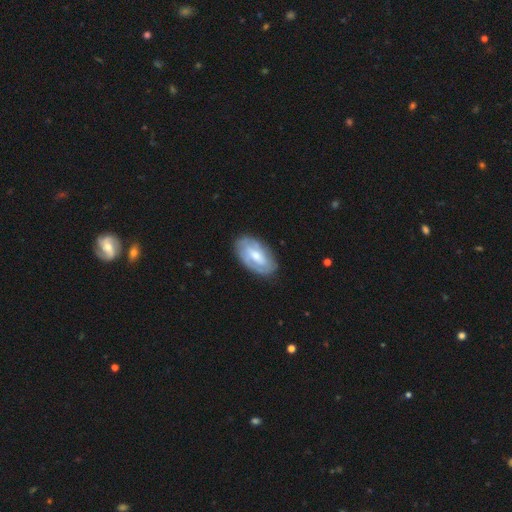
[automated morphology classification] Smooth or featured? Predicted: featured or disk (p=0.63). Edge-on disk? Predicted: no (p=0.94). Bar? Predicted: weak (p=0.46). Spiral arms? Predicted: yes (p=0.78). Bulge size? Predicted: moderate (p=0.53). Merging? Predicted: none (p=0.78).